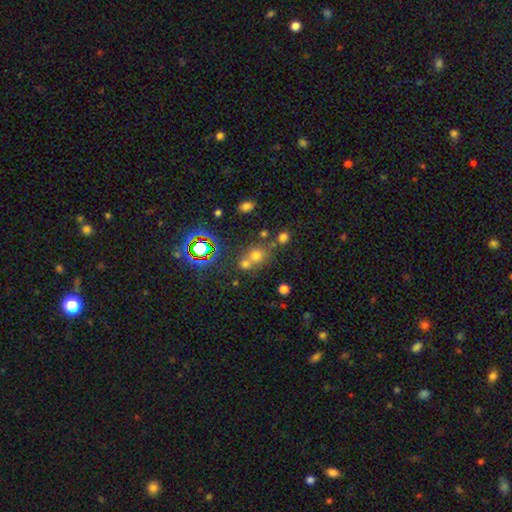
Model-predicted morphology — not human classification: A smooth galaxy with no disk features (58%) that is round (74%). Merging: none (45%).